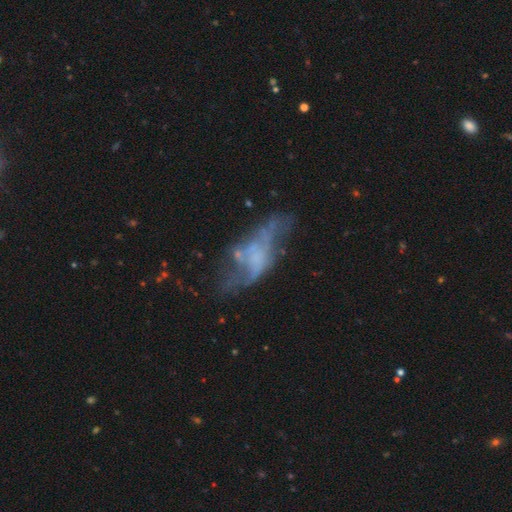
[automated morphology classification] Smooth or featured? Predicted: featured or disk (p=0.64). Edge-on disk? Predicted: no (p=0.86). Bar? Predicted: no (p=0.84). Spiral arms? Predicted: no (p=0.76). Bulge size? Predicted: none (p=0.70). Merging? Predicted: major disturbance (p=0.35).